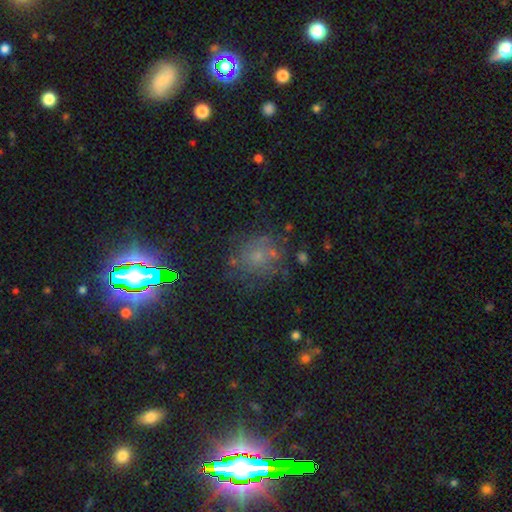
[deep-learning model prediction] Smooth or featured? Predicted: smooth (p=0.45). Merging? Predicted: none (p=0.63).